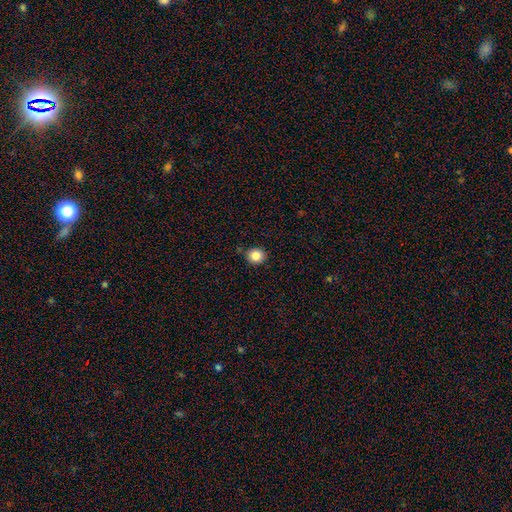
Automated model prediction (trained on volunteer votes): Morphology: type=smooth (84%); roundness=round (85%); merging=none (85%).